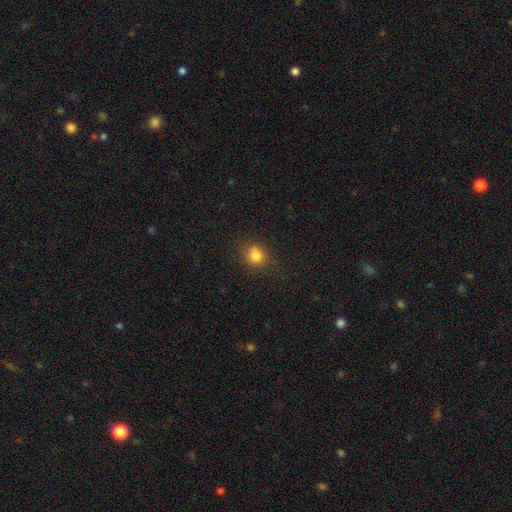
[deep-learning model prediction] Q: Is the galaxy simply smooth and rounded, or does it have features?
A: smooth — 80%.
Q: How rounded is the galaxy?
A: round — 77%.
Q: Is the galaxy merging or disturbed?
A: none — 72%.